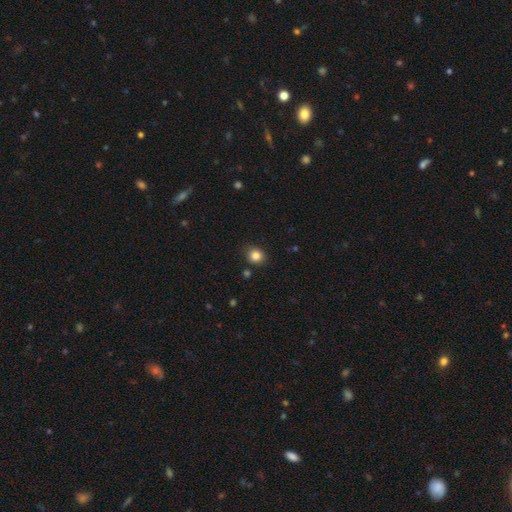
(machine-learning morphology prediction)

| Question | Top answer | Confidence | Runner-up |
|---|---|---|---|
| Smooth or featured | smooth | 84% | star or artifact (11%) |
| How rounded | round | 78% | in between (21%) |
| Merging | none | 84% | minor disturbance (10%) |